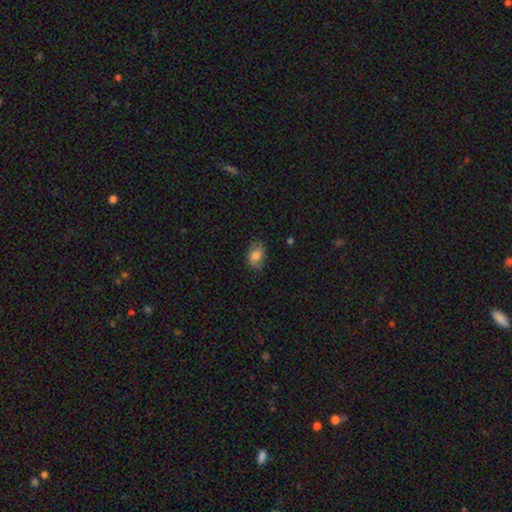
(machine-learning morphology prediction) smooth 70%, featured or disk 21%, star or artifact 9%. Down the decision tree: how rounded — in between (80%); merging — none (65%).